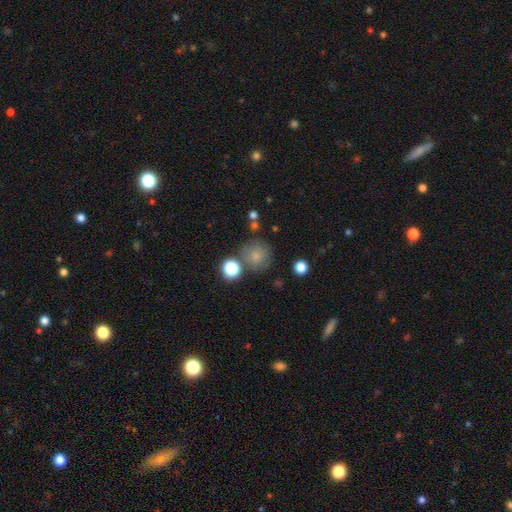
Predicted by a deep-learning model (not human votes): Overall: smooth (77%). How rounded: round (91%). Merging: none (72%).